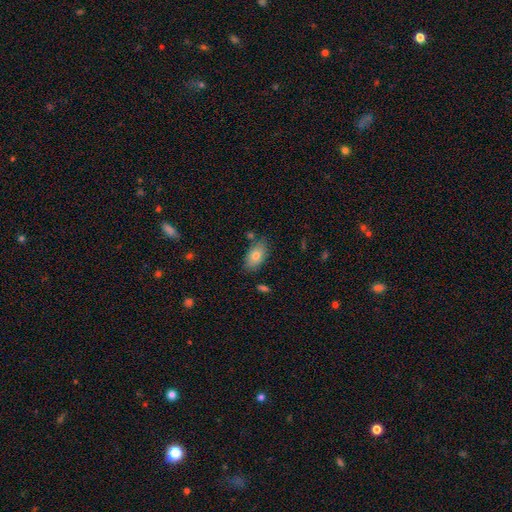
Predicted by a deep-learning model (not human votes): A smooth galaxy with no disk features (77%) that is in between round and cigar-shaped (92%).

Vote fractions:
- Smooth or featured? smooth: 77% / featured or disk: 16% / star or artifact: 7%
- How rounded? in between: 92% / round: 5% / cigar-shaped: 3%
- Merging? none: 76% / minor disturbance: 16% / merger: 4% / major disturbance: 3%